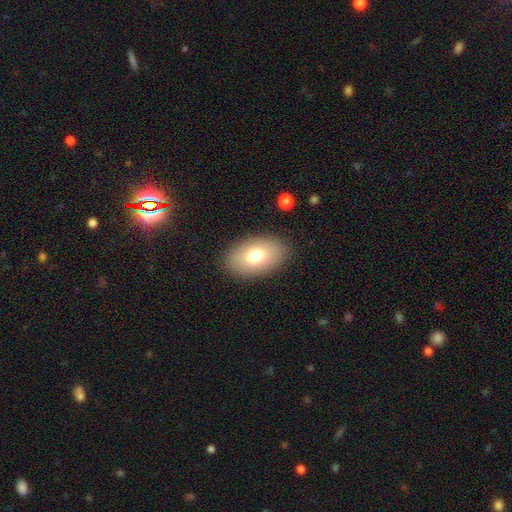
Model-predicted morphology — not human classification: Smooth or featured?
  - smooth: 75% *
  - featured or disk: 17%
  - star or artifact: 8%
How rounded?
  - in between: 91% *
  - round: 8%
  - cigar-shaped: 1%
Merging?
  - none: 87% *
  - minor disturbance: 9%
  - major disturbance: 3%
  - merger: 1%